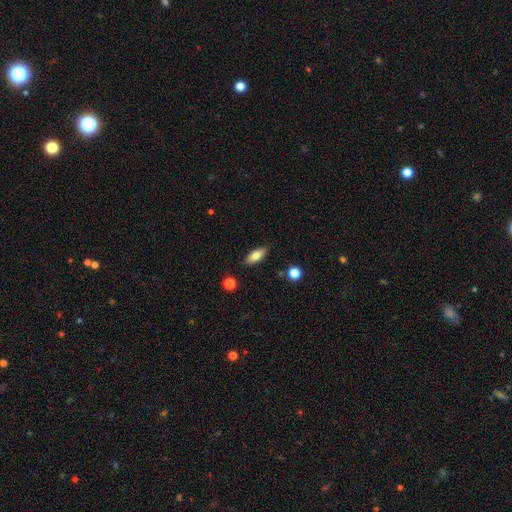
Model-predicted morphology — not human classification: smooth_or_featured: smooth (p=0.76) [alt: featured or disk p=0.17]
how_rounded: in between (p=0.80) [alt: cigar-shaped p=0.17]
merging: none (p=0.86) [alt: minor disturbance p=0.10]